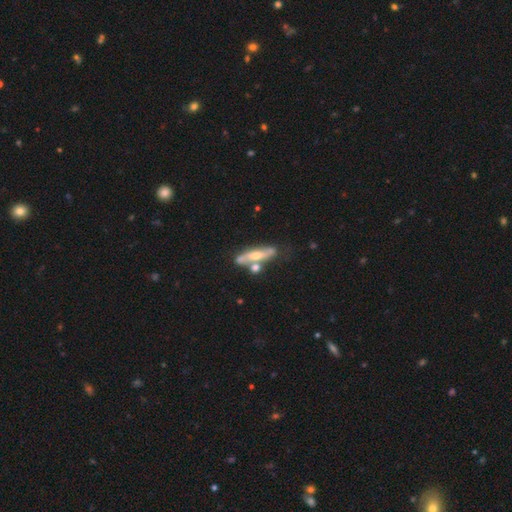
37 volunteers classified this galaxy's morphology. Smooth or featured? 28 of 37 (76%) said featured or disk. Edge-on disk? 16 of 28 (57%) said no. Bar? 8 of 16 (50%) said weak. Spiral arms? 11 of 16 (69%) said yes. Spiral winding? 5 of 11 (45%) said loose. Spiral arm count? 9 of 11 (82%) said 2. Bulge size? 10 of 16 (62%) said moderate. Merging? 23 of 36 (64%) said none.